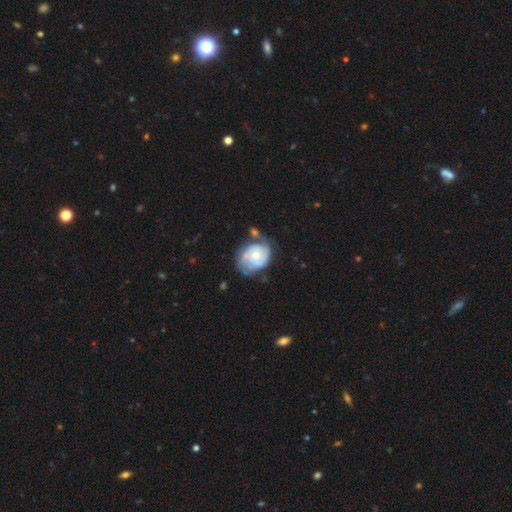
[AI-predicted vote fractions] Smooth or featured? featured or disk (62%)
Edge-on disk? no (98%)
Bar? no (79%)
Spiral arms? yes (78%)
Bulge size? small (47%)
Merging? none (42%)